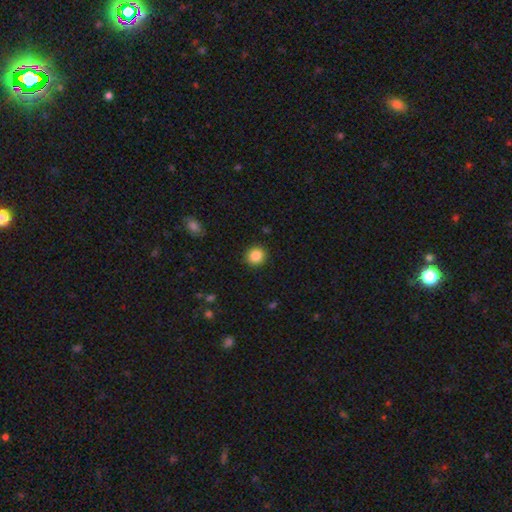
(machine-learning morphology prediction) smooth 86%, star or artifact 10%, featured or disk 4%. Down the decision tree: how rounded — round (90%); merging — none (91%).